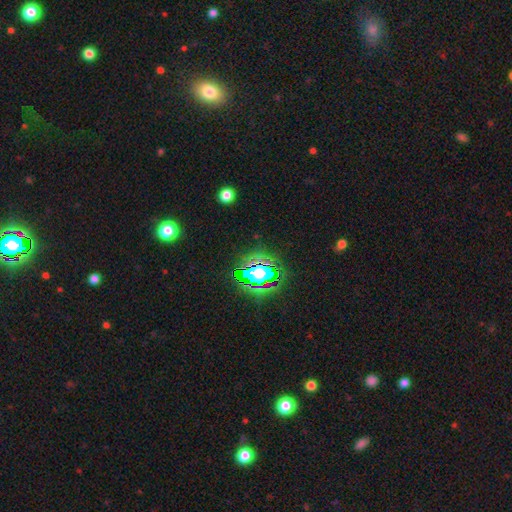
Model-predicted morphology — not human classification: smooth_or_featured: star or artifact (p=0.78) [alt: smooth p=0.13]